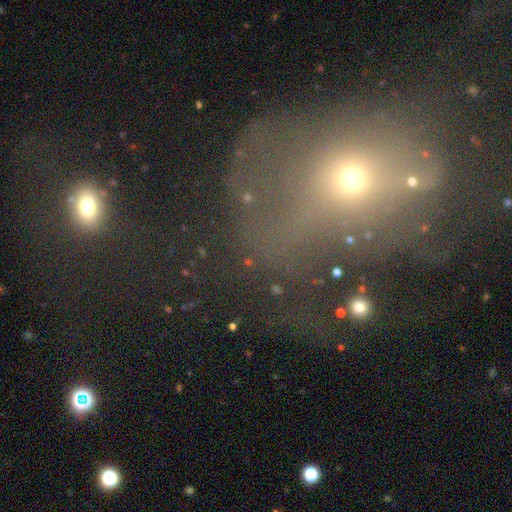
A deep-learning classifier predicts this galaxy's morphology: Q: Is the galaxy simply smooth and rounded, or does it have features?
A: smooth — 46%.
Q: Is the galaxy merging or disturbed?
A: none — 35%, tied with major disturbance.